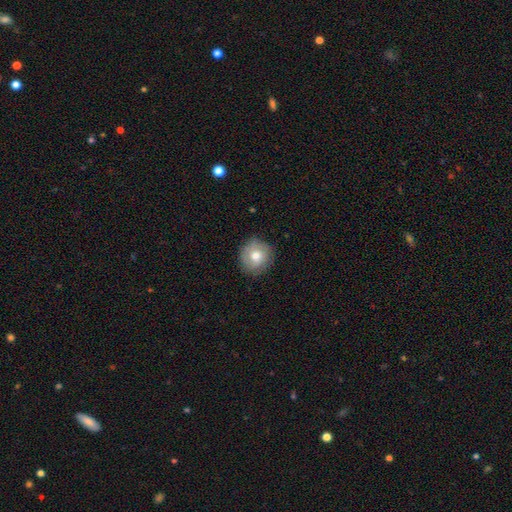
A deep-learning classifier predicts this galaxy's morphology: Q: Smooth or featured?
A: smooth (54%); runner-up: featured or disk (38%)
Q: How rounded?
A: round (88%); runner-up: in between (11%)
Q: Merging?
A: none (81%); runner-up: minor disturbance (14%)